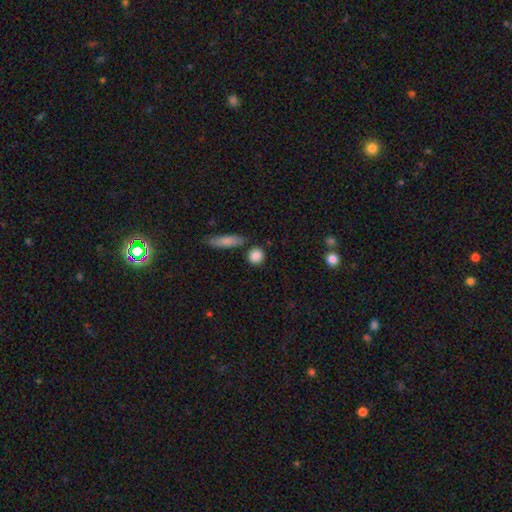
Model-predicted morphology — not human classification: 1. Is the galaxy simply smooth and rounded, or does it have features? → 87% smooth, 8% star or artifact, 5% featured or disk.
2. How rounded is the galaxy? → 82% round, 13% in between, 4% cigar-shaped.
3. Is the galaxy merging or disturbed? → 80% none, 10% minor disturbance, 7% merger, 3% major disturbance.